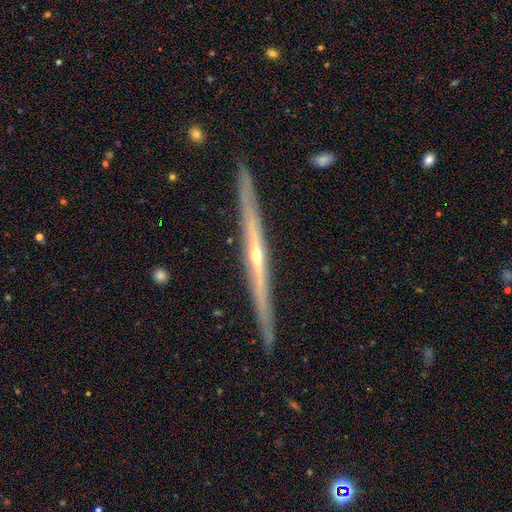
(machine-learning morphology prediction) smooth-or-featured: featured or disk: 84% | smooth: 10% | star or artifact: 6%
  disk-edge-on: yes: 98% | no: 2%
    edge-on-bulge: rounded: 75% | none: 23% | boxy: 3%
  merging: none: 92% | minor disturbance: 6% | major disturbance: 1% | merger: 1%